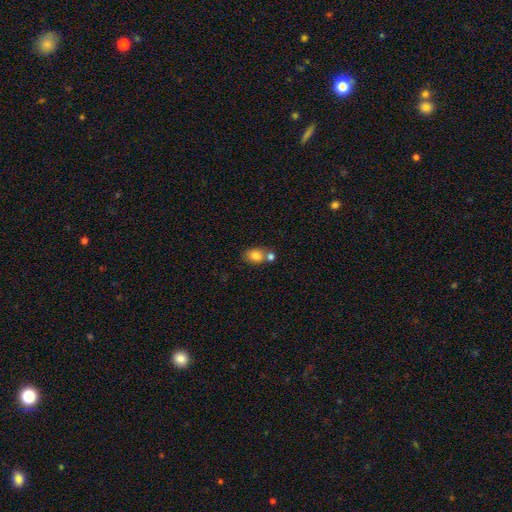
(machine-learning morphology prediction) smooth_or_featured: smooth (p=0.81) [alt: featured or disk p=0.09]
how_rounded: in between (p=0.70) [alt: round p=0.29]
merging: none (p=0.49) [alt: merger p=0.35]